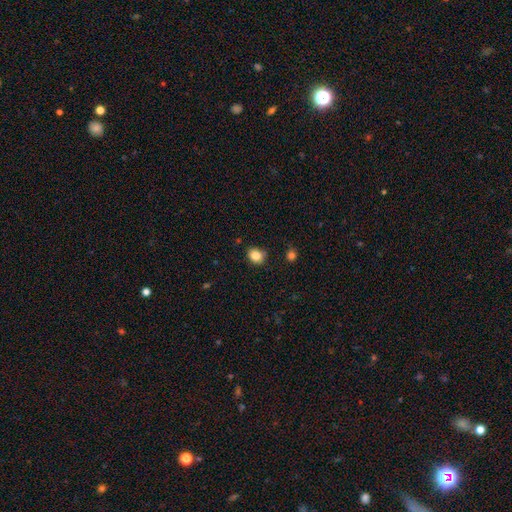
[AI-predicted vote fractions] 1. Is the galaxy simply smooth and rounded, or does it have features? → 84% smooth, 10% star or artifact, 6% featured or disk.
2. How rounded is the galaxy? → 60% round, 39% in between, 1% cigar-shaped.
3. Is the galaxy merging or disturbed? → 82% none, 14% minor disturbance, 3% major disturbance, 2% merger.